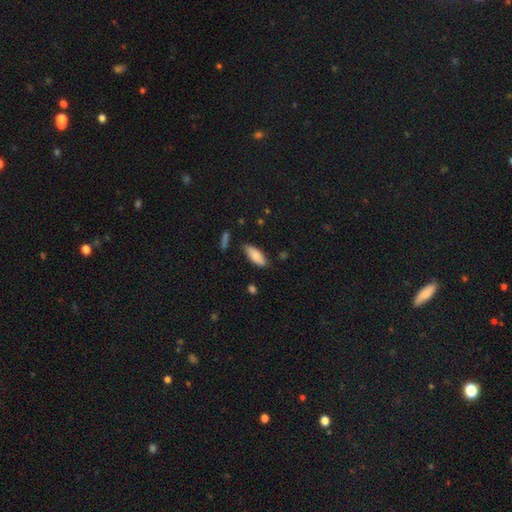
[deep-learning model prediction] Smooth or featured?
  - smooth: 83% *
  - featured or disk: 11%
  - star or artifact: 6%
How rounded?
  - in between: 76% *
  - cigar-shaped: 22%
  - round: 2%
Merging?
  - none: 77% *
  - minor disturbance: 18%
  - major disturbance: 3%
  - merger: 2%